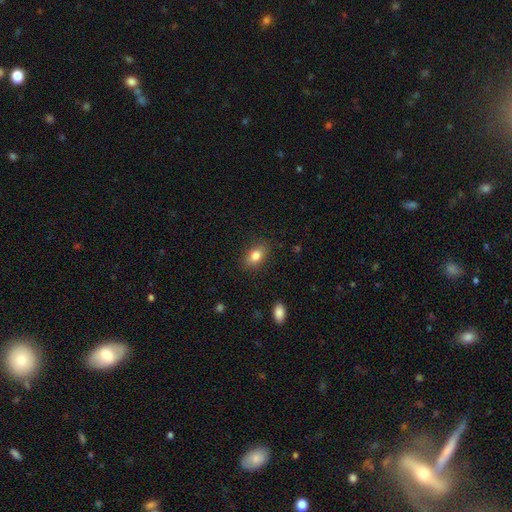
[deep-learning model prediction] A smooth galaxy with no disk features (82%) that is in between round and cigar-shaped (82%). Merging: none (85%).